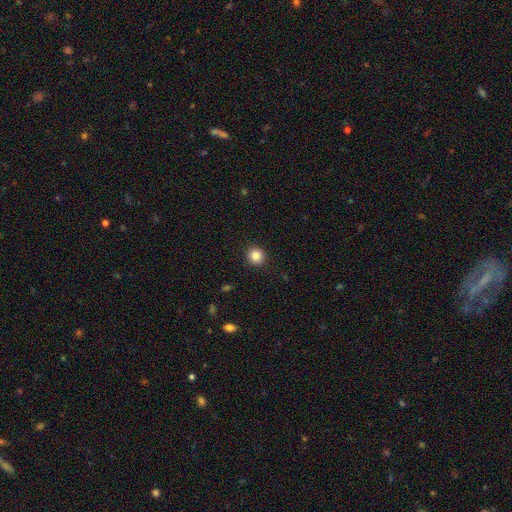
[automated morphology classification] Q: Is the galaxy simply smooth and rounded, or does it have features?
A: smooth — 84%.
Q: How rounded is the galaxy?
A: round — 89%.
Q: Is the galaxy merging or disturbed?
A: none — 92%.